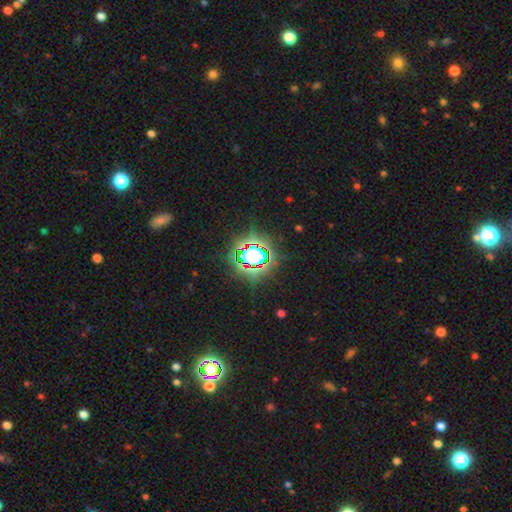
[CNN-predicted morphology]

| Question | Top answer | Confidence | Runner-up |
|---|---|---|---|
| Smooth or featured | star or artifact | 79% | smooth (13%) |